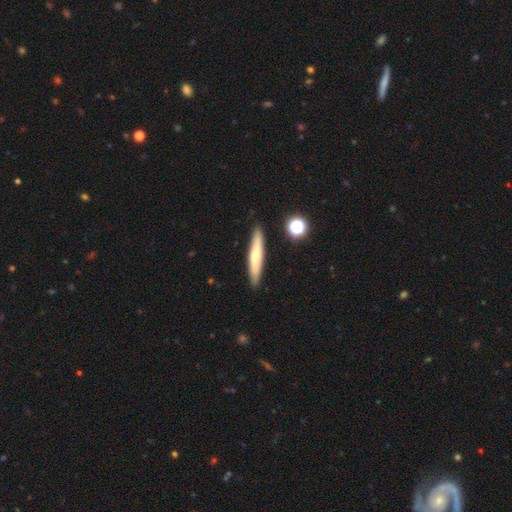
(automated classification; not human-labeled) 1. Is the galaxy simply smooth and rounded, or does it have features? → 57% smooth, 36% featured or disk, 7% star or artifact.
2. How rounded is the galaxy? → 90% cigar-shaped, 8% in between, 2% round.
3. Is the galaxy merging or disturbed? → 89% none, 8% minor disturbance, 2% merger, 2% major disturbance.